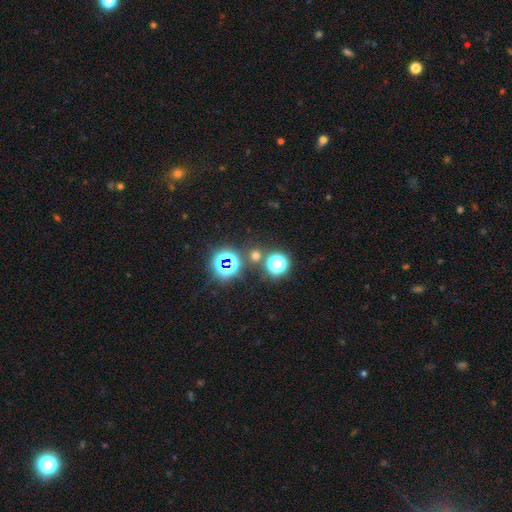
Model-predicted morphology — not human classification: type=smooth (47%, tied with star or artifact); merging=none (75%).